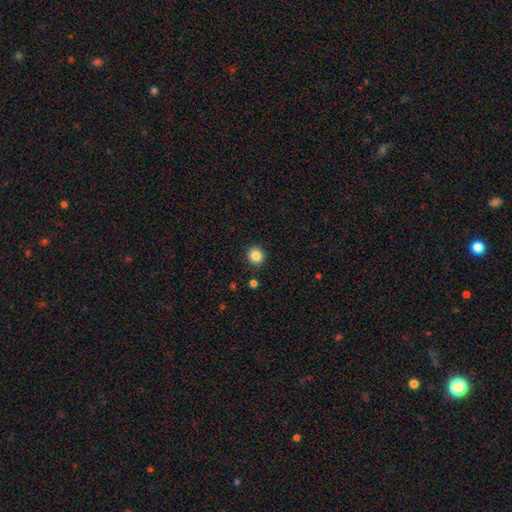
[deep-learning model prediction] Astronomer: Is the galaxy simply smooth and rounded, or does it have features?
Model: smooth — 86%.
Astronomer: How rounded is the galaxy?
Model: round — 89%.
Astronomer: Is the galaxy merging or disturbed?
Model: none — 90%.